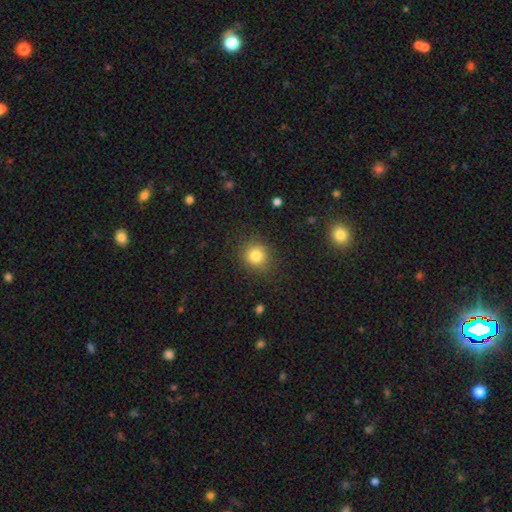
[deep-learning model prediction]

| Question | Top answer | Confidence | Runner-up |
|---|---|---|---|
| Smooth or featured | smooth | 82% | star or artifact (11%) |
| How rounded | round | 87% | in between (12%) |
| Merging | none | 86% | minor disturbance (9%) |